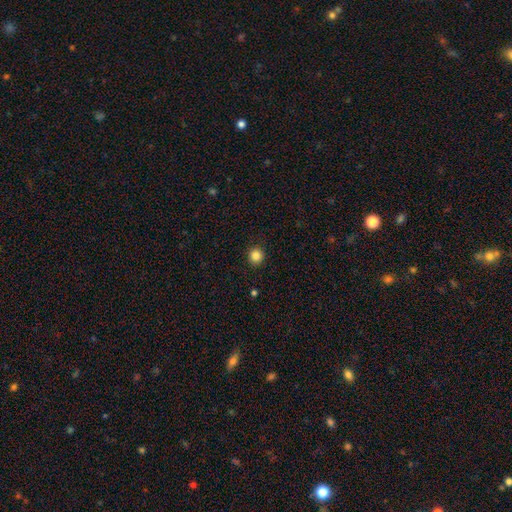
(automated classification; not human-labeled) A smooth galaxy with no disk features (84%) that is round (94%).

Vote fractions:
- Smooth or featured? smooth: 84% / star or artifact: 11% / featured or disk: 4%
- How rounded? round: 94% / in between: 6% / cigar-shaped: 1%
- Merging? none: 92% / minor disturbance: 5% / major disturbance: 2% / merger: 1%